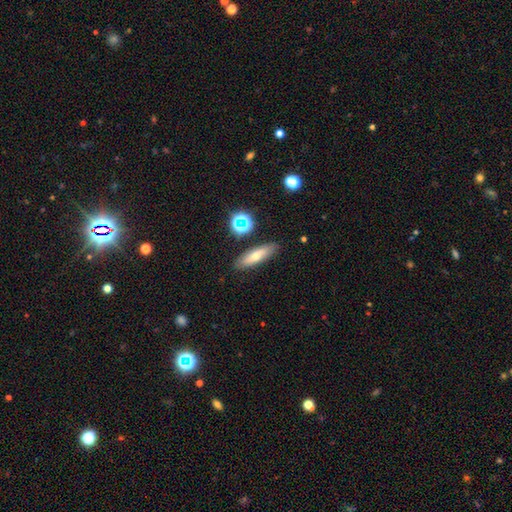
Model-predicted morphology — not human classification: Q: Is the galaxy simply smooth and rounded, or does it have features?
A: smooth — 57%.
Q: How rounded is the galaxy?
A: cigar-shaped — 61%.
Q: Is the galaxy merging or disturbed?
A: none — 85%.